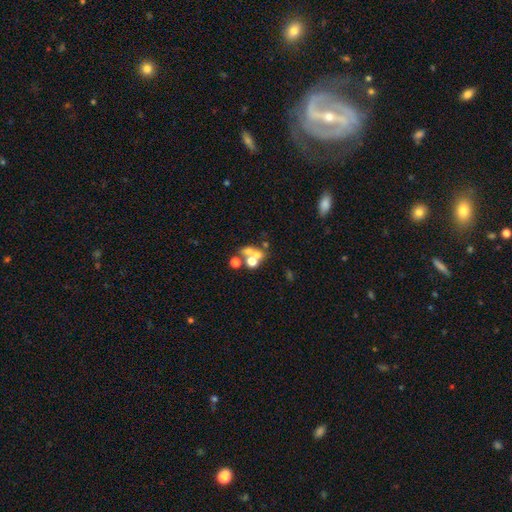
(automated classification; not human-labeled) Smooth or featured? smooth (49%)
Merging? merger (55%)